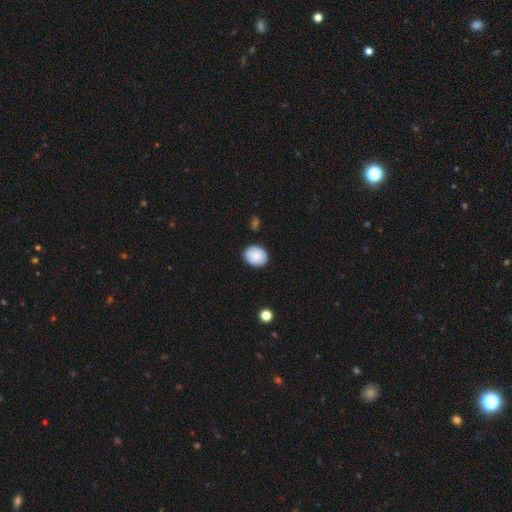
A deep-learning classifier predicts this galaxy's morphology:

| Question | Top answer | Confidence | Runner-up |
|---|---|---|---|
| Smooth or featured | smooth | 86% | star or artifact (7%) |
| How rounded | round | 50% | in between (49%) |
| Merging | none | 87% | minor disturbance (10%) |